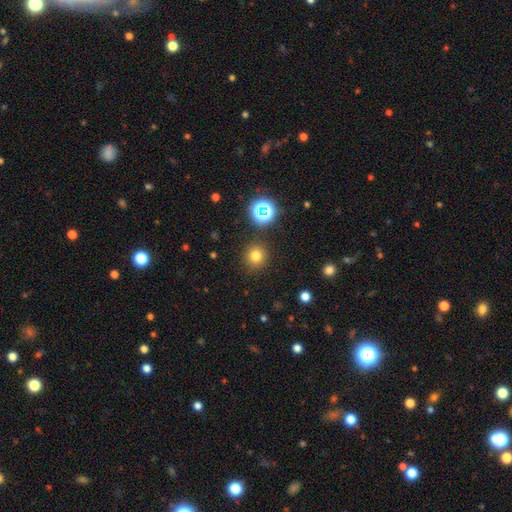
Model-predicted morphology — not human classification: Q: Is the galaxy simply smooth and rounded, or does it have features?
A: smooth — 74%.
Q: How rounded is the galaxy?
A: round — 93%.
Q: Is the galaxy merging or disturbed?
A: none — 88%.